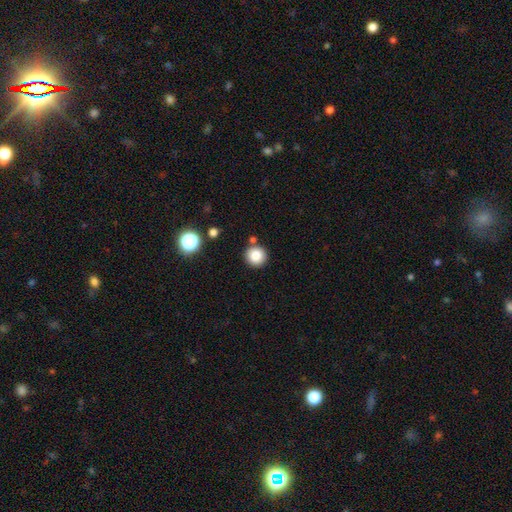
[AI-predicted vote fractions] Q: Smooth or featured?
A: smooth (85%); runner-up: star or artifact (10%)
Q: How rounded?
A: round (94%); runner-up: in between (5%)
Q: Merging?
A: none (85%); runner-up: minor disturbance (8%)